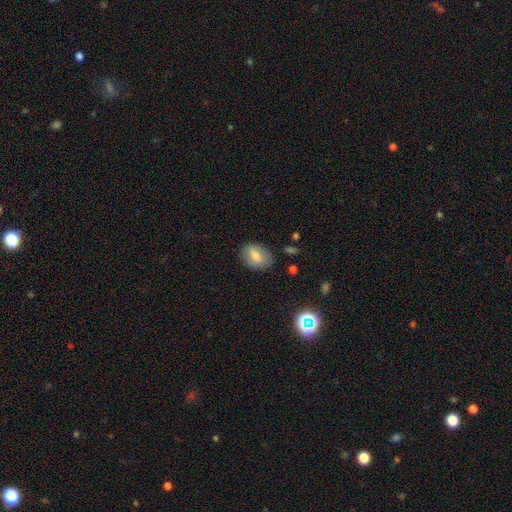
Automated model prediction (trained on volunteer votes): The model was most divided on "smooth or featured": smooth: 73%, featured or disk: 19%, star or artifact: 8%. More confident: how rounded — in between (80%); merging — none (79%).